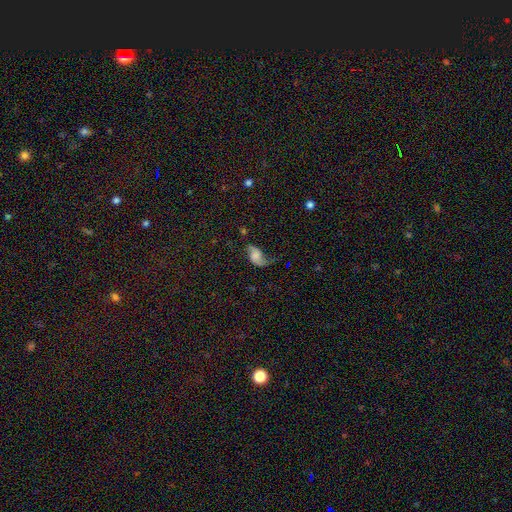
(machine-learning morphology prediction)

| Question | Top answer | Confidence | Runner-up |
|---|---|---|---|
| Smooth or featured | featured or disk | 64% | smooth (25%) |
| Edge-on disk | no | 96% | yes (4%) |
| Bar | no | 63% | weak (29%) |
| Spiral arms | yes | 91% | no (9%) |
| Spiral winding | loose | 77% | medium (18%) |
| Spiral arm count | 2 | 80% | 1 (14%) |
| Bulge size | none | 31% | small (22%) |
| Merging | none | 44% | major disturbance (27%) |